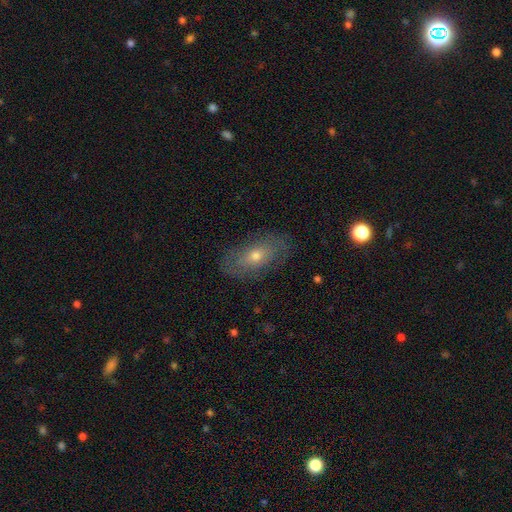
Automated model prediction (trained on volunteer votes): Q: Smooth or featured?
A: featured or disk (48%); runner-up: smooth (39%)
Q: Merging?
A: none (82%); runner-up: minor disturbance (13%)